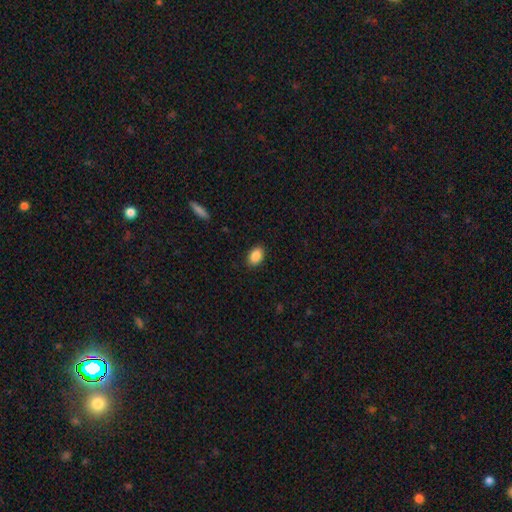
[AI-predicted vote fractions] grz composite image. It shows a smooth galaxy with no disk features (88%) that is in between round and cigar-shaped (86%). Merging: none (89%).